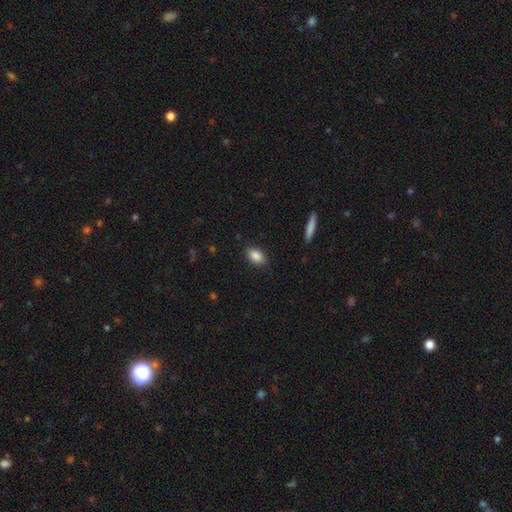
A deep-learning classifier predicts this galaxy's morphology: smooth_or_featured: smooth (p=0.87) [alt: star or artifact p=0.07]
how_rounded: in between (p=0.89) [alt: round p=0.07]
merging: none (p=0.86) [alt: minor disturbance p=0.11]